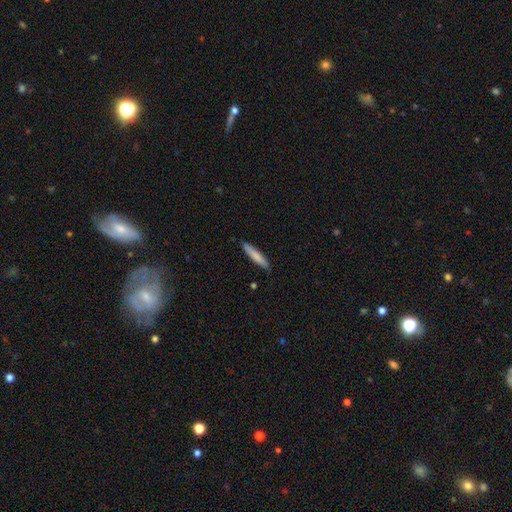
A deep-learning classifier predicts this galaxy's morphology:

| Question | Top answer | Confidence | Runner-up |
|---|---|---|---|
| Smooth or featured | smooth | 79% | featured or disk (16%) |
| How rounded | cigar-shaped | 90% | in between (9%) |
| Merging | none | 87% | minor disturbance (11%) |